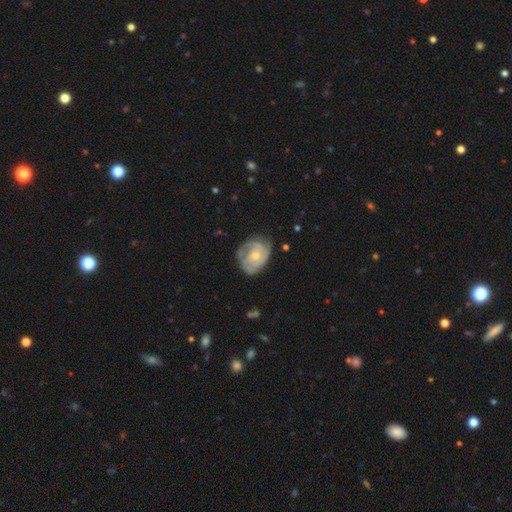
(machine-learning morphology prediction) Smooth or featured: featured or disk — 70% (smooth — 25%)
Edge-on disk: no — 97% (yes — 3%)
Bar: no — 75% (weak — 22%)
Spiral arms: yes — 83% (no — 17%)
Spiral winding: tight — 53% (medium — 34%)
Spiral arm count: can't tell — 37% (2 — 26%)
Bulge size: small — 58% (moderate — 37%)
Merging: none — 58% (minor disturbance — 28%)